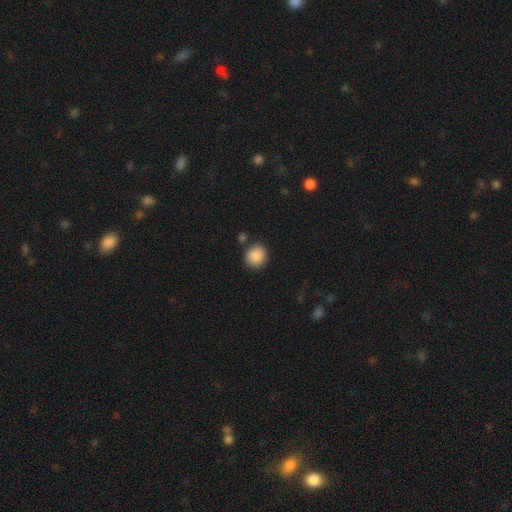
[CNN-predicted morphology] A smooth galaxy with no disk features (89%) that is round (78%).

Vote fractions:
- Smooth or featured? smooth: 89% / star or artifact: 8% / featured or disk: 3%
- How rounded? round: 78% / in between: 21% / cigar-shaped: 1%
- Merging? none: 82% / minor disturbance: 10% / merger: 5% / major disturbance: 3%